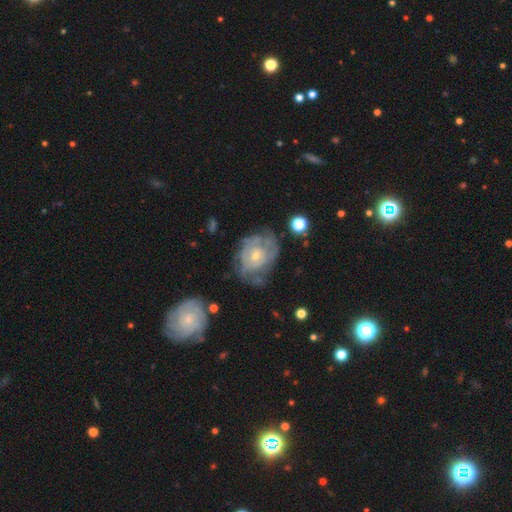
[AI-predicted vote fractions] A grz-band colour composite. It shows a featured or disk galaxy (73%) with no bar (82%), tight (66%) spiral arms (78%) and a small central bulge (60%). Merging: none (58%).